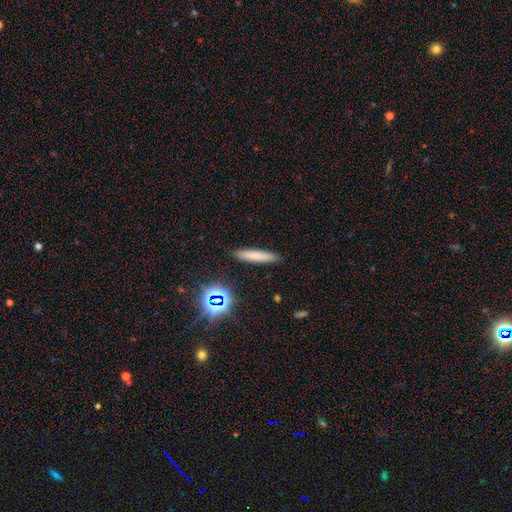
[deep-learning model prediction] This is likely a smooth galaxy (73%). How rounded: clearly cigar-shaped (91%). Merging: clearly none (90%).